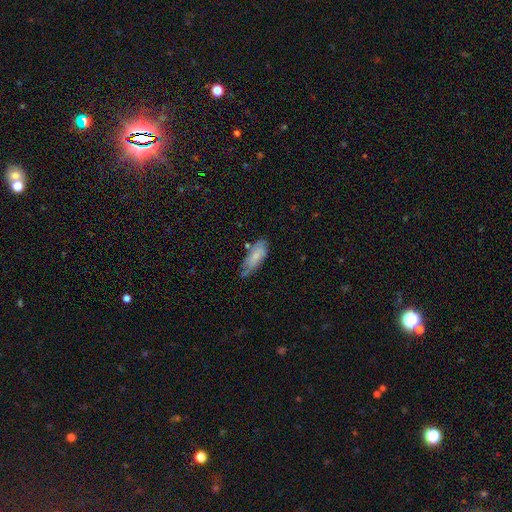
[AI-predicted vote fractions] Smooth or featured: smooth — 74% (featured or disk — 19%)
How rounded: in between — 71% (cigar-shaped — 27%)
Merging: none — 56% (minor disturbance — 32%)